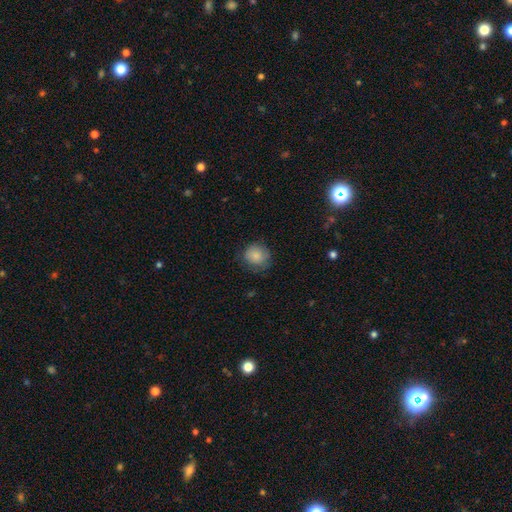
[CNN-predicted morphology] Overall: smooth (84%). How rounded: round (85%). Merging: none (73%).